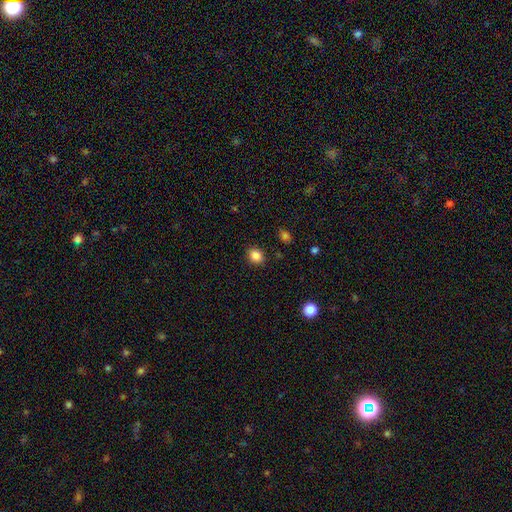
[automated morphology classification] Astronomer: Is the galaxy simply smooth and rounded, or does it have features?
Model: smooth — 85%.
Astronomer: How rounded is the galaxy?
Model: round — 61% (runner-up: in between, 38%).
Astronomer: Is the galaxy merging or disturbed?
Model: none — 88%.